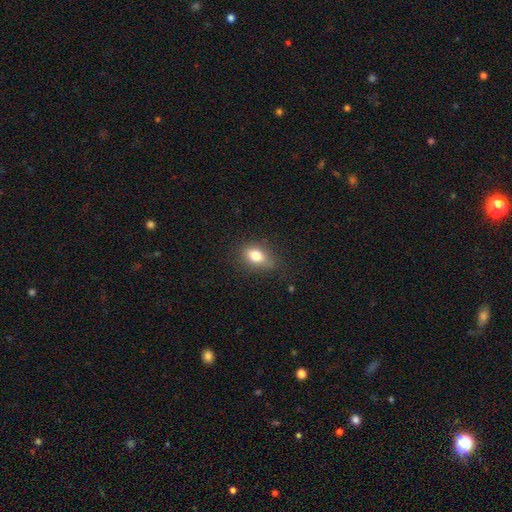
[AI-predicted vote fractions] Smooth or featured? smooth (79%)
How rounded? in between (79%)
Merging? none (74%)